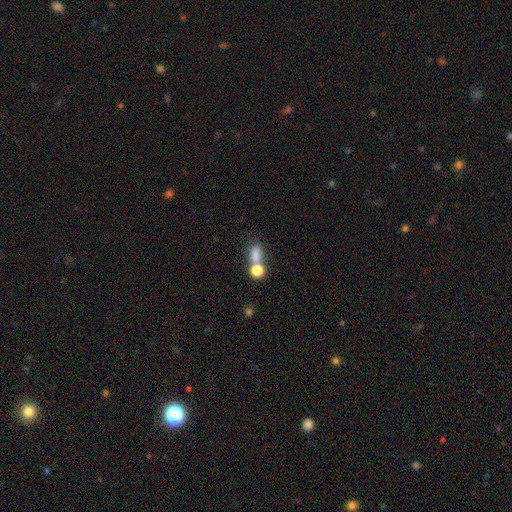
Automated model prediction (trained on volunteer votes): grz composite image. It shows a smooth galaxy with no disk features (76%) that is in between round and cigar-shaped (64%). Merging: merger (44%).